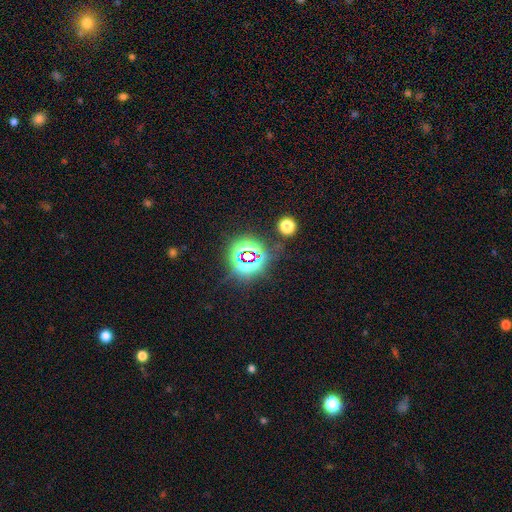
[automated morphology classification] Overall: star or artifact (77%).